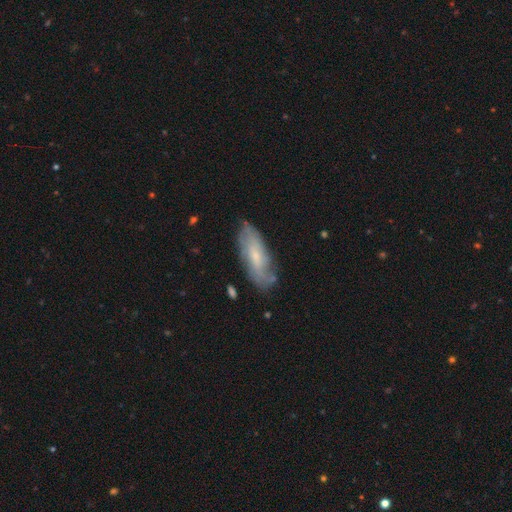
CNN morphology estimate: A featured or disk galaxy (50%). Merging: none (72%).